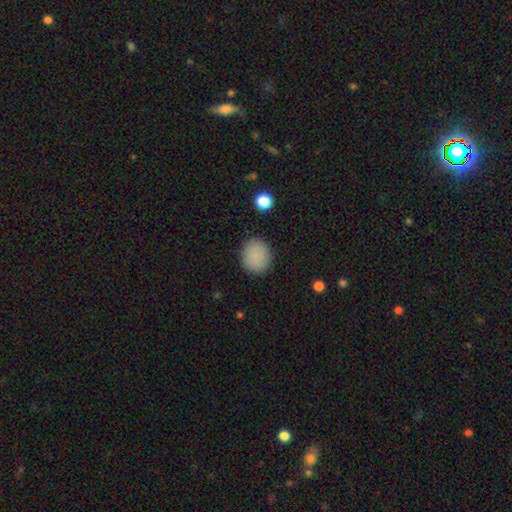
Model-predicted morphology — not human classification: Smooth or featured? Predicted: smooth (p=0.87). How rounded? Predicted: round (p=0.75). Merging? Predicted: none (p=0.88).